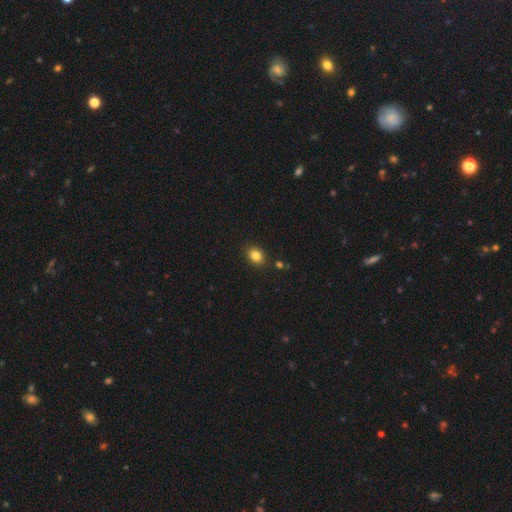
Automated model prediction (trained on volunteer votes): smooth_or_featured: smooth (p=0.83) [alt: star or artifact p=0.11]
how_rounded: in between (p=0.51) [alt: round p=0.48]
merging: none (p=0.88) [alt: minor disturbance p=0.08]